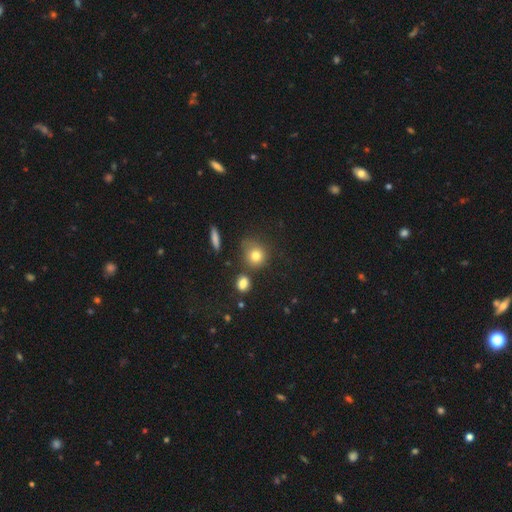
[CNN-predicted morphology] type=smooth (79%); roundness=round (77%); merging=none (63%).